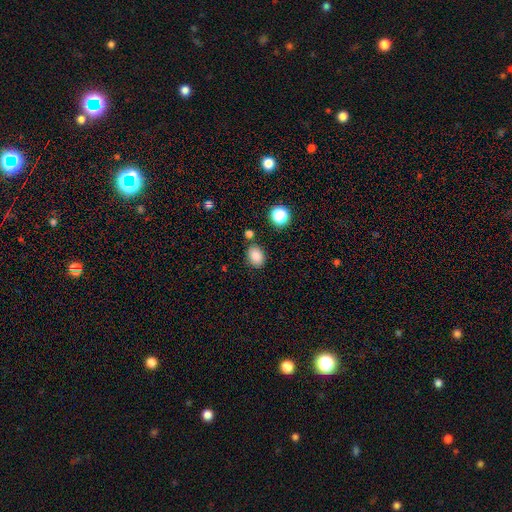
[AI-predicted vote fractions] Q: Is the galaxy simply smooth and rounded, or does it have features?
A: smooth — 84%.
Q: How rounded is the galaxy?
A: in between — 65%.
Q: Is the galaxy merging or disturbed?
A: none — 81%.